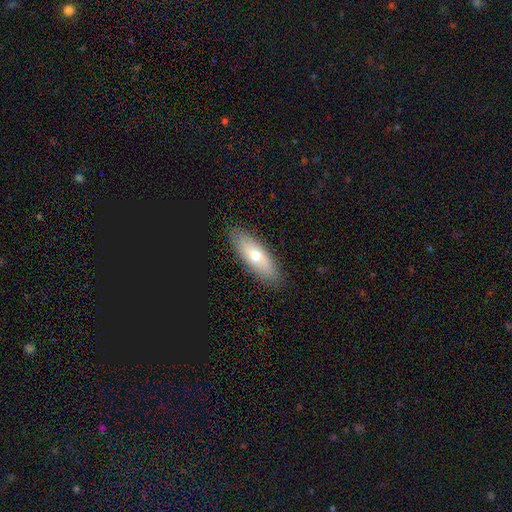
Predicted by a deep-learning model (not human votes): Q: Smooth or featured?
A: smooth (60%); runner-up: featured or disk (33%)
Q: How rounded?
A: in between (65%); runner-up: cigar-shaped (32%)
Q: Merging?
A: none (88%); runner-up: minor disturbance (9%)